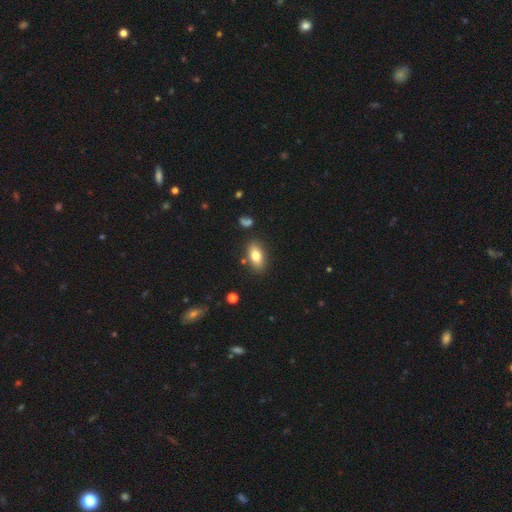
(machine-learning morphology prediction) Q: Smooth or featured?
A: smooth (79%); runner-up: featured or disk (13%)
Q: How rounded?
A: in between (89%); runner-up: cigar-shaped (6%)
Q: Merging?
A: none (83%); runner-up: minor disturbance (11%)